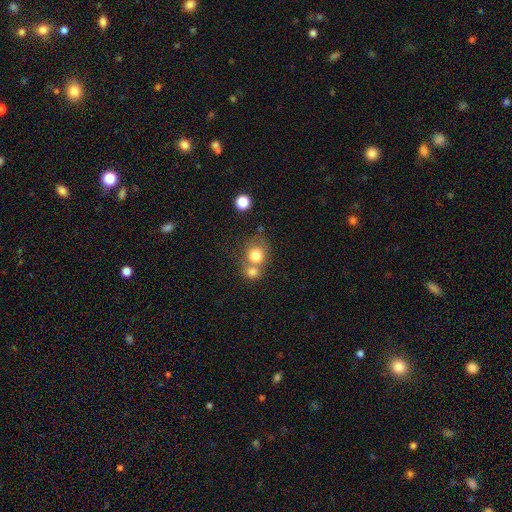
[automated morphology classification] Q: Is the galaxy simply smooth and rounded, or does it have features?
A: smooth — 77%.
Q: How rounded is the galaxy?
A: round — 81%.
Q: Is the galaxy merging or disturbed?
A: merger — 46%.